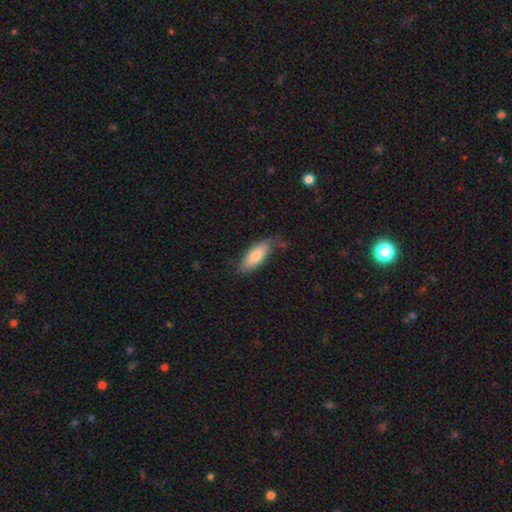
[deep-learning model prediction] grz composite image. It shows a smooth galaxy with no disk features (77%) that is in between round and cigar-shaped (75%). Merging: none (62%).